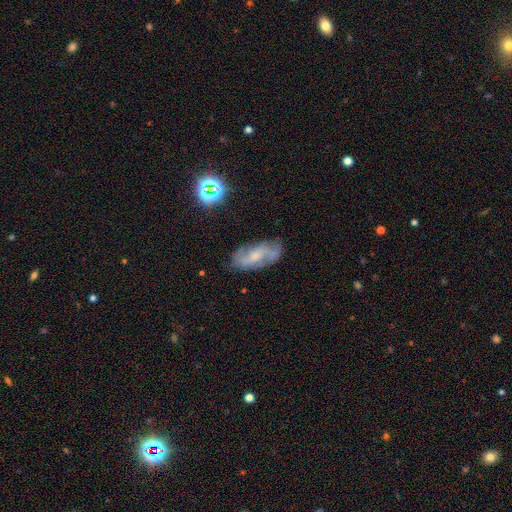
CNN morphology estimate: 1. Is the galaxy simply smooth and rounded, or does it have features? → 65% featured or disk, 25% smooth, 10% star or artifact.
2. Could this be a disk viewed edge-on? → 92% no, 8% yes.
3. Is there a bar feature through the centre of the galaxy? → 45% no, 43% weak, 12% strong.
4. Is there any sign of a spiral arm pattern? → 83% yes, 17% no.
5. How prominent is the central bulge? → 57% small, 32% moderate, 8% none, 2% large, 1% dominant.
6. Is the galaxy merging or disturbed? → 70% none, 21% minor disturbance, 7% major disturbance, 2% merger.